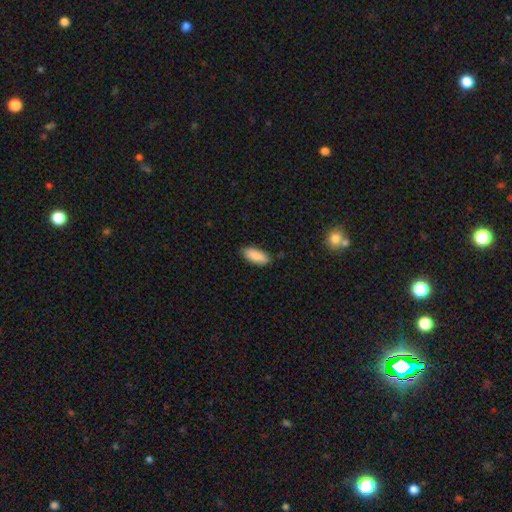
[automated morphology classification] The model was most divided on "how rounded": in between: 81%, cigar-shaped: 17%, round: 2%. More confident: smooth or featured — smooth (88%); merging — none (83%).